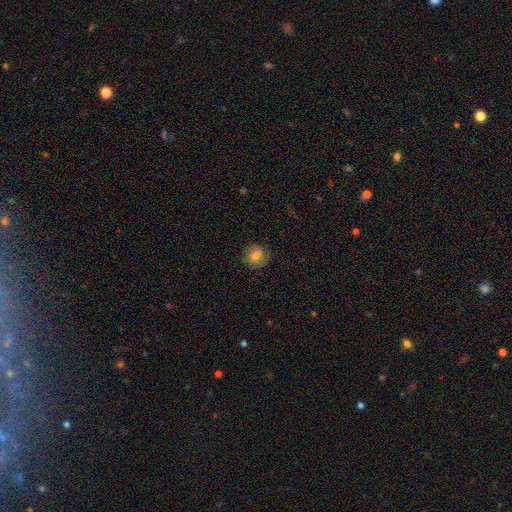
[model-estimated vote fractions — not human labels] Morphology: type=smooth (70%); roundness=round (73%); merging=none (81%).